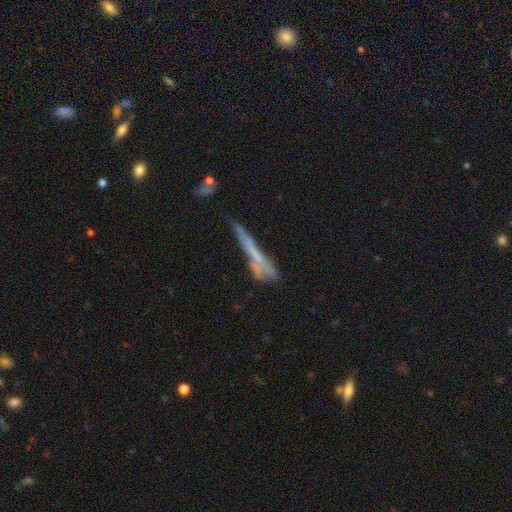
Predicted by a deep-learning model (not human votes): Smooth or featured: smooth — 45% (featured or disk — 43%)
Merging: none — 40% (minor disturbance — 23%)